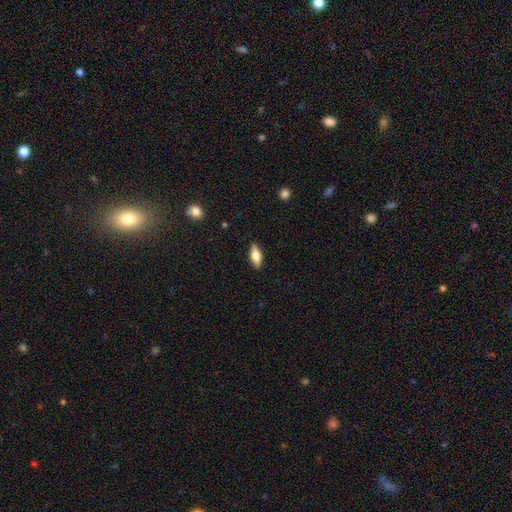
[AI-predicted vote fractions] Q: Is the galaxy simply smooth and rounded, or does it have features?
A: smooth — 62%.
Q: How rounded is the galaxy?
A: in between — 71%.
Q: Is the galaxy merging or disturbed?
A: none — 88%.